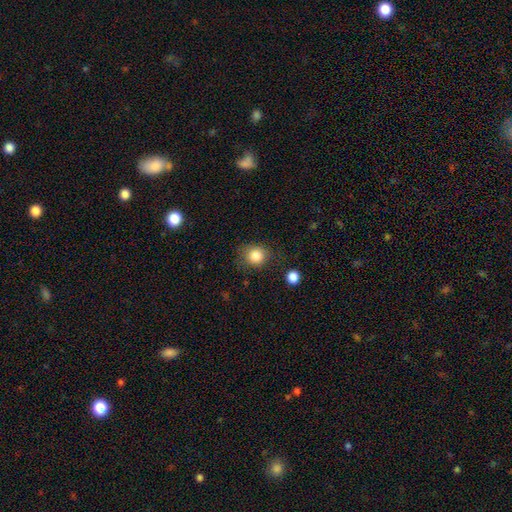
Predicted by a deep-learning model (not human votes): Smooth or featured? Predicted: smooth (p=0.84). How rounded? Predicted: round (p=0.80). Merging? Predicted: none (p=0.77).